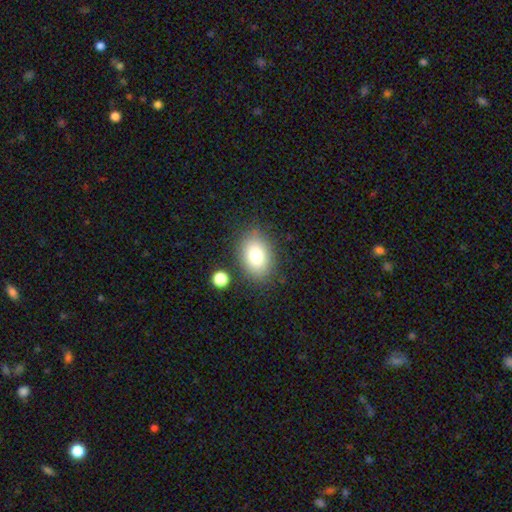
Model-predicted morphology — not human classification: smooth 81%, featured or disk 10%, star or artifact 9%. Down the decision tree: how rounded — in between (80%); merging — none (81%).